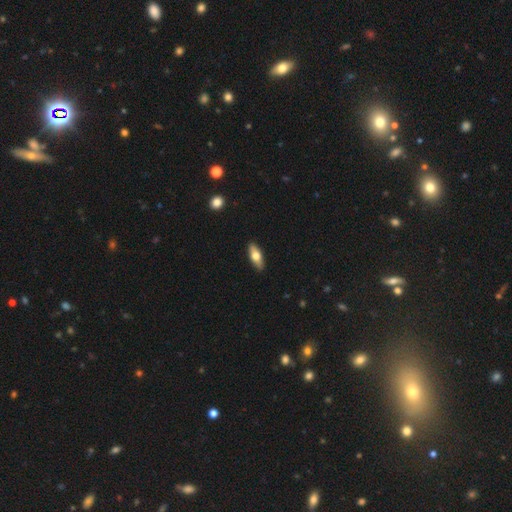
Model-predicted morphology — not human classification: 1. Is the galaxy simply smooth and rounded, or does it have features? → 62% smooth, 32% featured or disk, 6% star or artifact.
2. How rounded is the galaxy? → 69% in between, 28% cigar-shaped, 3% round.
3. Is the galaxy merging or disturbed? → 89% none, 8% minor disturbance, 2% major disturbance, 1% merger.